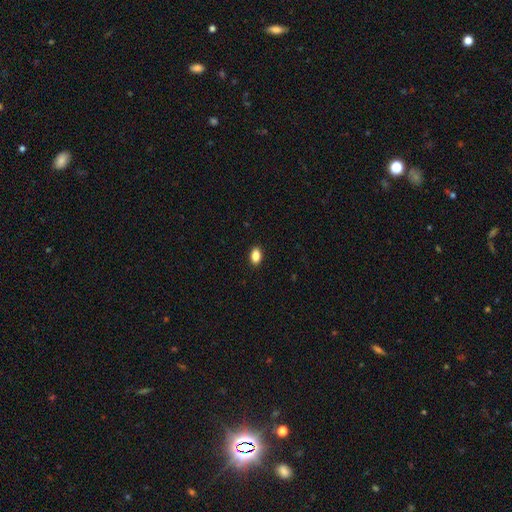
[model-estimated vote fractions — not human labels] Morphology: type=smooth (88%); roundness=in between (87%); merging=none (90%).